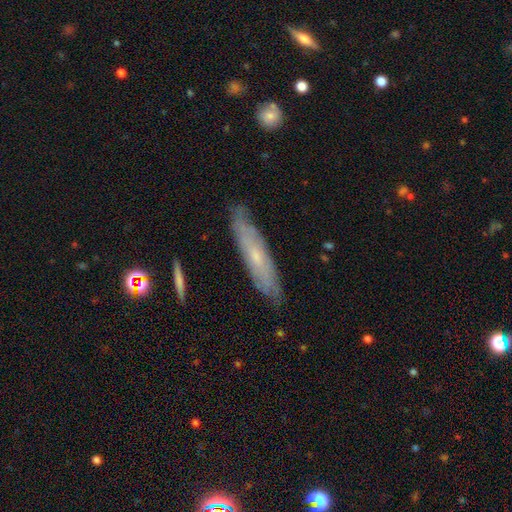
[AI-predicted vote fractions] A featured or disk galaxy (58%).

Vote fractions:
- Smooth or featured? featured or disk: 58% / smooth: 35% / star or artifact: 7%
- Edge-on disk? no: 52% / yes: 48%
- Merging? none: 79% / minor disturbance: 16% / major disturbance: 3% / merger: 2%